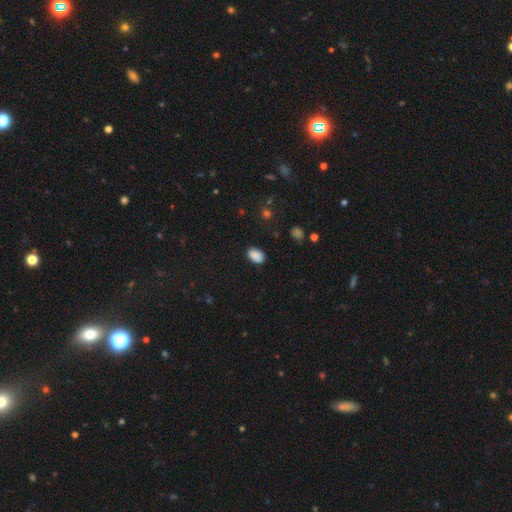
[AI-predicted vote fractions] Smooth or featured? Predicted: smooth (p=0.88). How rounded? Predicted: in between (p=0.88). Merging? Predicted: none (p=0.84).